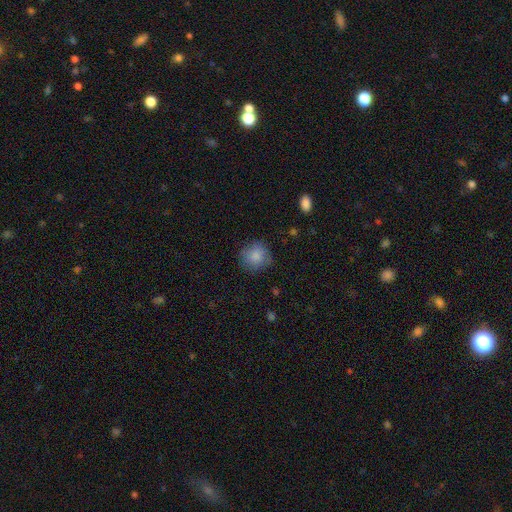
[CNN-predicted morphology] Overall: smooth (86%). How rounded: round (90%). Merging: none (80%).